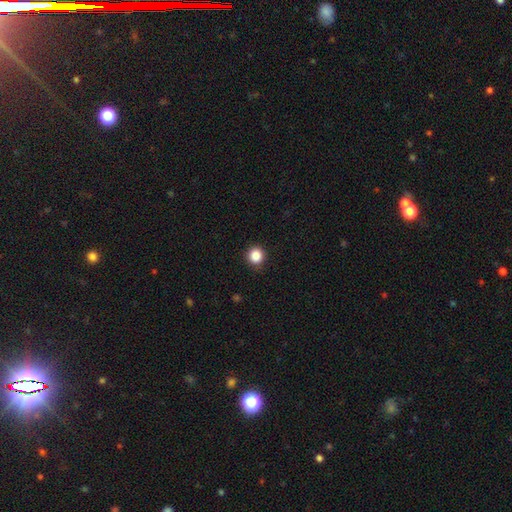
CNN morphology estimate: Smooth or featured: smooth — 87% (star or artifact — 10%)
How rounded: round — 93% (in between — 6%)
Merging: none — 91% (minor disturbance — 6%)